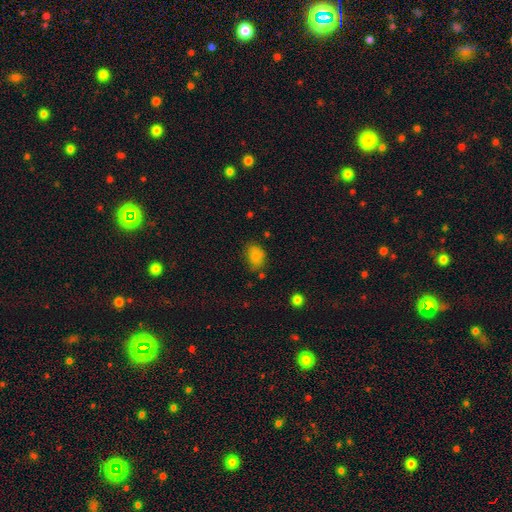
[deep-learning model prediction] Q: Smooth or featured?
A: smooth (82%); runner-up: star or artifact (12%)
Q: How rounded?
A: in between (72%); runner-up: round (27%)
Q: Merging?
A: none (66%); runner-up: minor disturbance (24%)